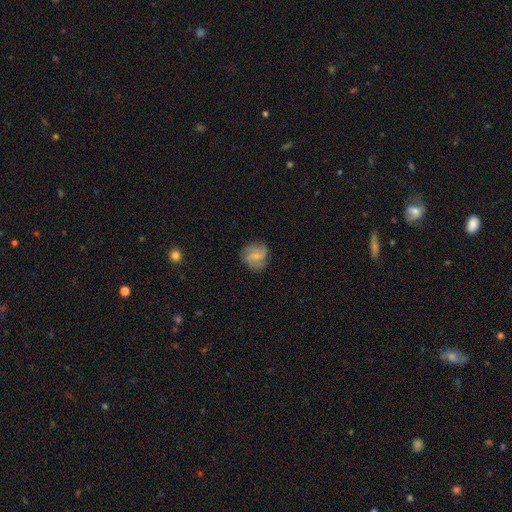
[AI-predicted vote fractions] Morphology: type=featured or disk (53%); edge-on=no (97%); bar=weak (47%); spiral arms=yes (89%); bulge=small (61%); merging=none (79%).